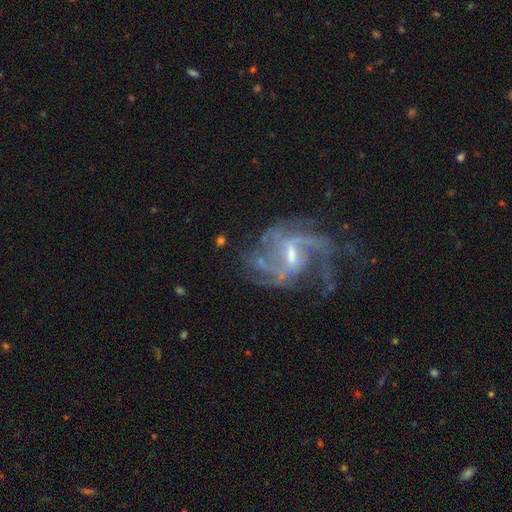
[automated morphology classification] Smooth or featured? featured or disk (85%)
Edge-on disk? no (97%)
Bar? weak (56%)
Spiral arms? yes (92%)
Spiral winding? medium (44%)
Spiral arm count? can't tell (27%)
Bulge size? small (45%)
Merging? none (49%)